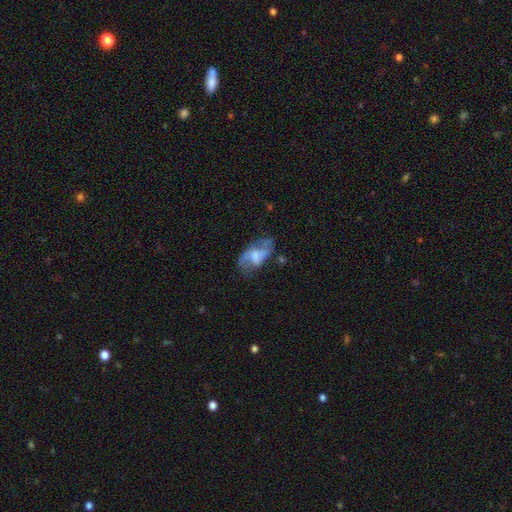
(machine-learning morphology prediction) The model was most divided on "bar": no: 48%, weak: 41%, strong: 12%. Remaining: edge-on disk — no (94%); spiral arms — yes (72%); smooth or featured — featured or disk (60%); merging — none (47%); bulge size — moderate (40%).